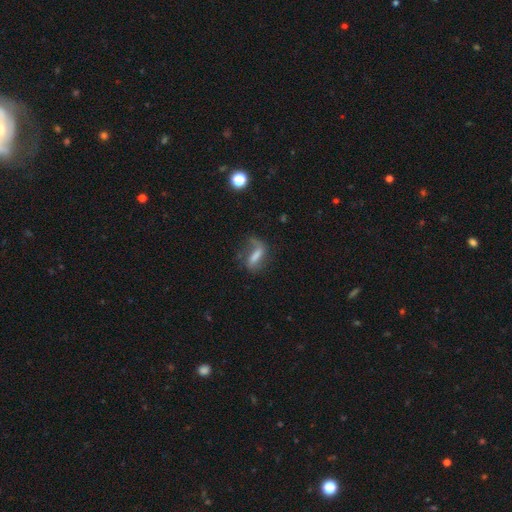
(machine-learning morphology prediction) Smooth or featured? Predicted: featured or disk (p=0.46). Merging? Predicted: none (p=0.43).